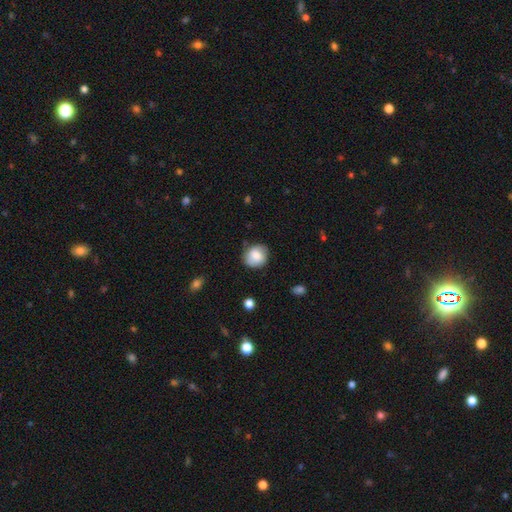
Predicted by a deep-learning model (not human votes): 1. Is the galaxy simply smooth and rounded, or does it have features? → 76% smooth, 16% featured or disk, 8% star or artifact.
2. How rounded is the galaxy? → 77% round, 22% in between, 1% cigar-shaped.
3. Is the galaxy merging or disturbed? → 76% none, 18% minor disturbance, 4% major disturbance, 2% merger.